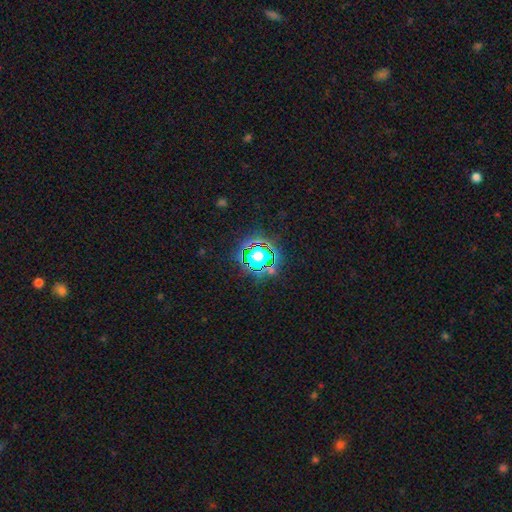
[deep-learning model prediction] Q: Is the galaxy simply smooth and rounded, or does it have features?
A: star or artifact — 60%.